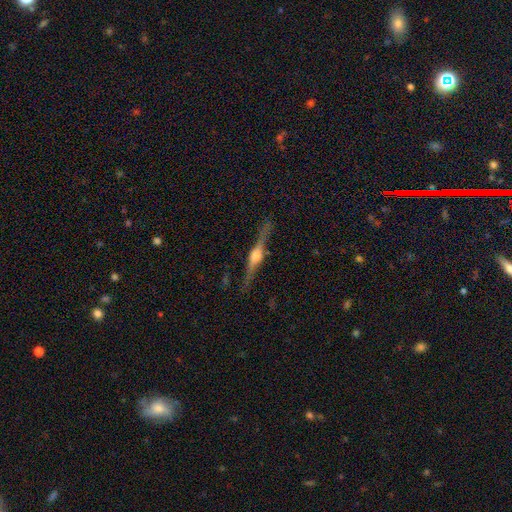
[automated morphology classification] Smooth or featured? featured or disk (82%)
Edge-on disk? yes (98%)
Edge-on bulge? rounded (88%)
Merging? none (86%)